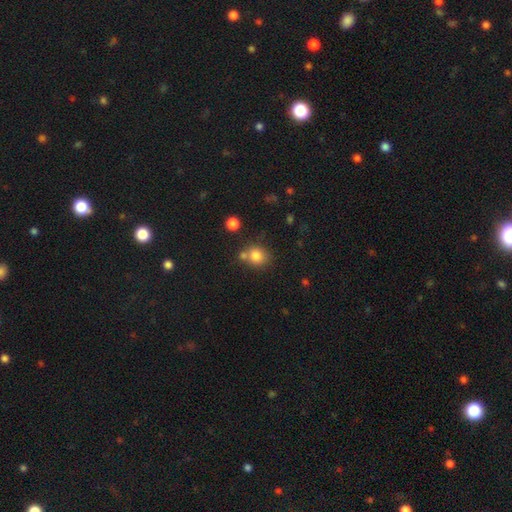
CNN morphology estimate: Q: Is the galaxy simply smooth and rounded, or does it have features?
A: smooth — 80%.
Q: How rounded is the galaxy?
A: round — 76%.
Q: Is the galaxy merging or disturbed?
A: none — 59%.